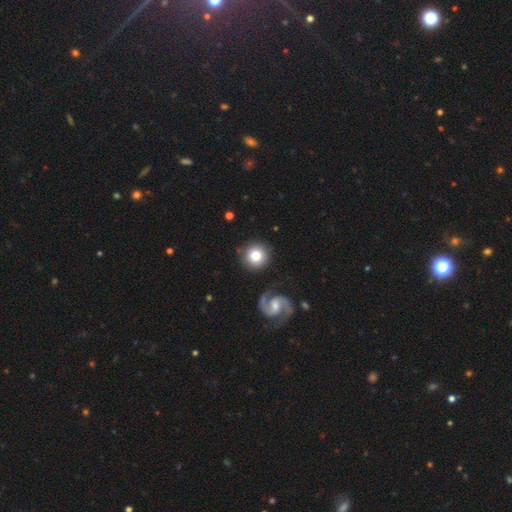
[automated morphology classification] A smooth galaxy with no disk features (72%) that is round (95%).

Vote fractions:
- Smooth or featured? smooth: 72% / featured or disk: 21% / star or artifact: 7%
- How rounded? round: 95% / in between: 4% / cigar-shaped: 1%
- Merging? none: 83% / minor disturbance: 8% / merger: 5% / major disturbance: 3%